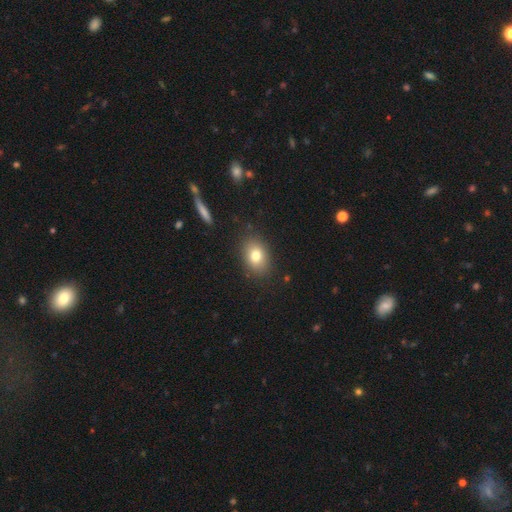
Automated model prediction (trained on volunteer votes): Smooth or featured? Predicted: smooth (p=0.78). How rounded? Predicted: in between (p=0.72). Merging? Predicted: none (p=0.85).